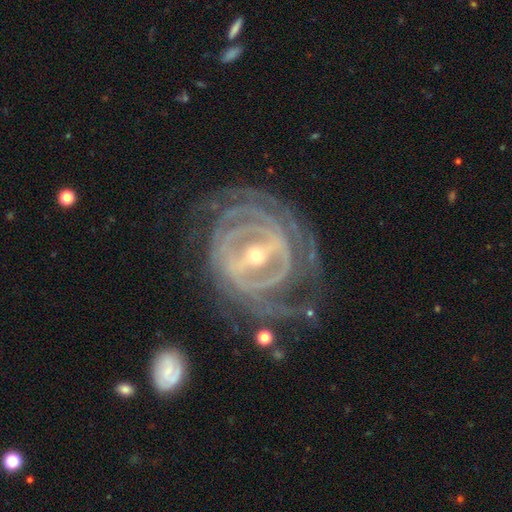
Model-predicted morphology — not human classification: type=featured or disk (92%); edge-on=no (95%); bar=strong (72%); spiral arms=yes (95%); winding=tight (77%); arm count=can't tell (27%); bulge=small (59%); merging=none (69%).